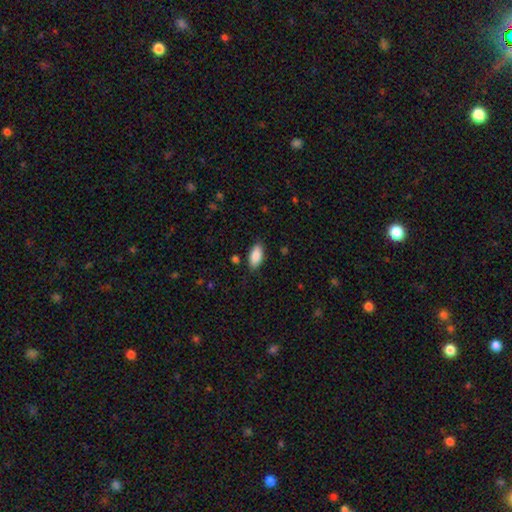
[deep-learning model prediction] Morphology: type=smooth (88%); roundness=in between (91%); merging=none (85%).